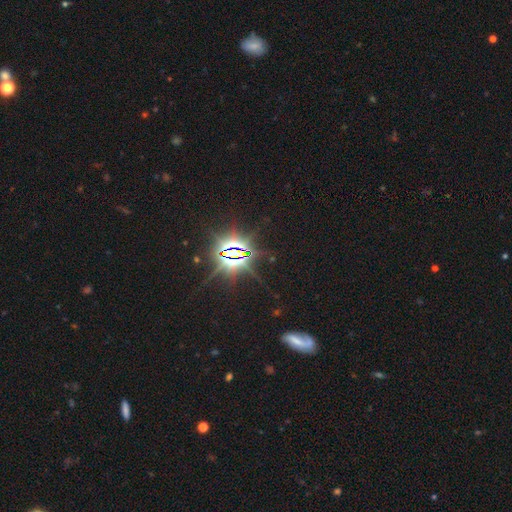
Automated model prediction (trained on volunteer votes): Smooth or featured?
  - star or artifact: 83% *
  - smooth: 9%
  - featured or disk: 8%